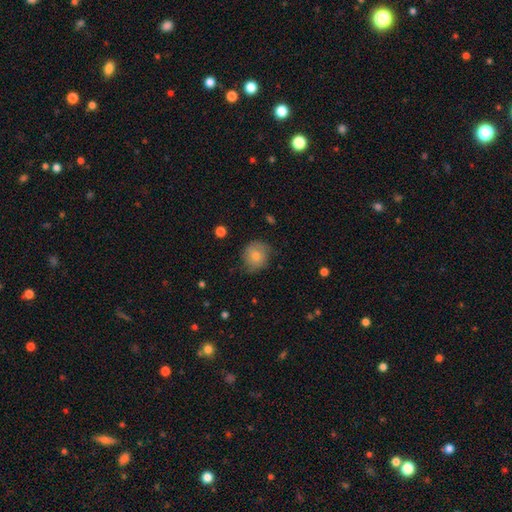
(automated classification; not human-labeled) This is likely a smooth galaxy (75%). How rounded: likely round (79%). Merging: likely none (69%).